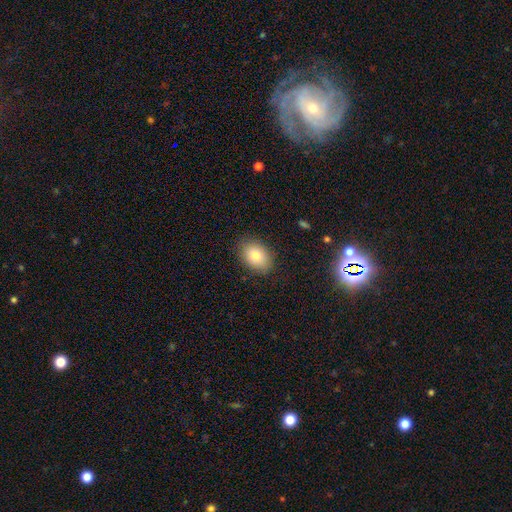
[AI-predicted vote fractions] smooth_or_featured: smooth (p=0.82) [alt: featured or disk p=0.10]
how_rounded: in between (p=0.77) [alt: round p=0.22]
merging: none (p=0.86) [alt: minor disturbance p=0.10]